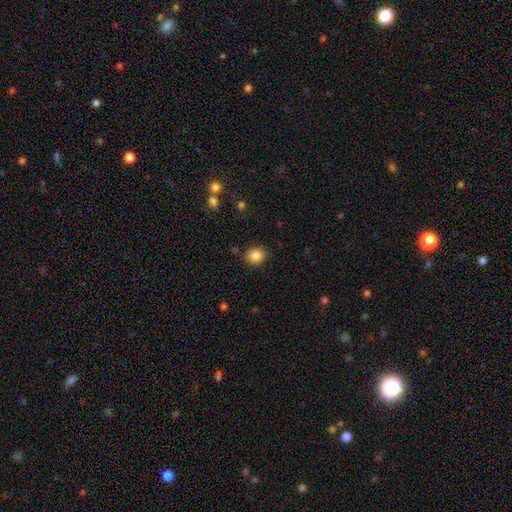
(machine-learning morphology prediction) Smooth or featured? Predicted: smooth (p=0.85). How rounded? Predicted: round (p=0.81). Merging? Predicted: none (p=0.87).